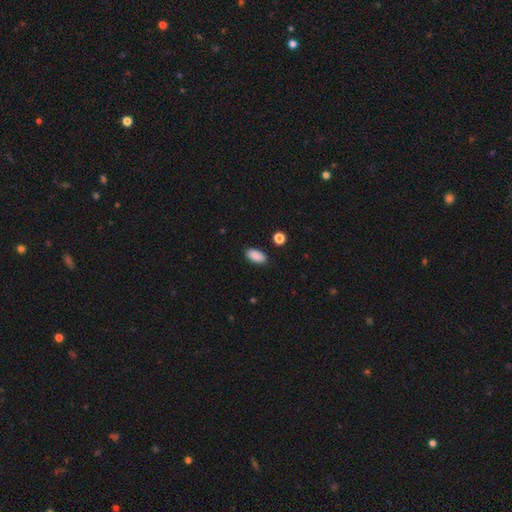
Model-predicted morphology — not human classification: Smooth or featured: smooth — 88% (star or artifact — 8%)
How rounded: in between — 92% (cigar-shaped — 4%)
Merging: none — 87% (minor disturbance — 9%)